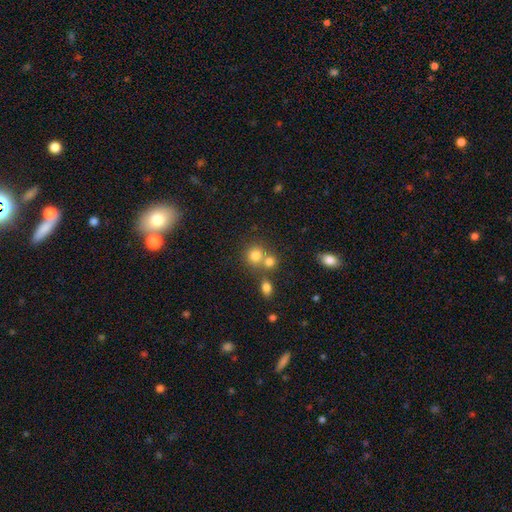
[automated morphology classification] Overall: smooth (78%). How rounded: round (83%). Merging: none (52%; merger 37%).